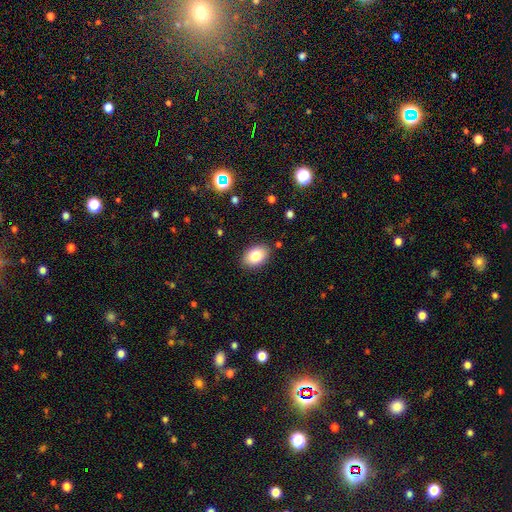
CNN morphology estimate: Smooth or featured?
  - smooth: 83% *
  - featured or disk: 9%
  - star or artifact: 8%
How rounded?
  - in between: 86% *
  - round: 13%
  - cigar-shaped: 1%
Merging?
  - none: 87% *
  - minor disturbance: 9%
  - major disturbance: 2%
  - merger: 1%